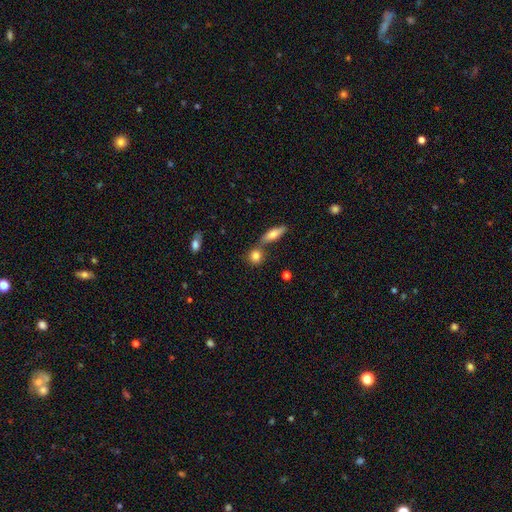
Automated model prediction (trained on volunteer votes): smooth_or_featured: smooth (p=0.81) [alt: featured or disk p=0.10]
how_rounded: round (p=0.69) [alt: in between p=0.25]
merging: none (p=0.59) [alt: merger p=0.27]